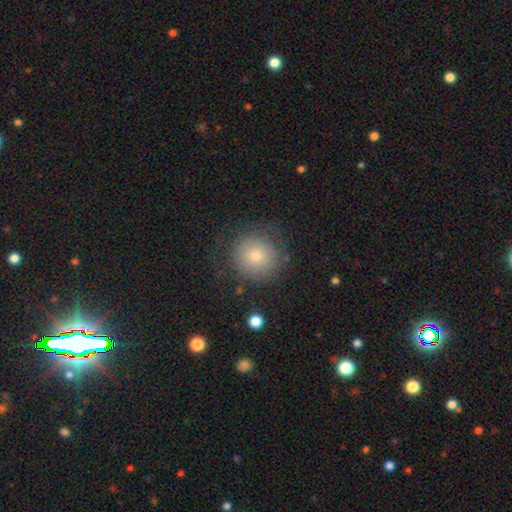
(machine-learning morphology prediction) The model was most divided on "smooth or featured": smooth: 71%, featured or disk: 17%, star or artifact: 12%. More confident: how rounded — round (93%); merging — none (76%).